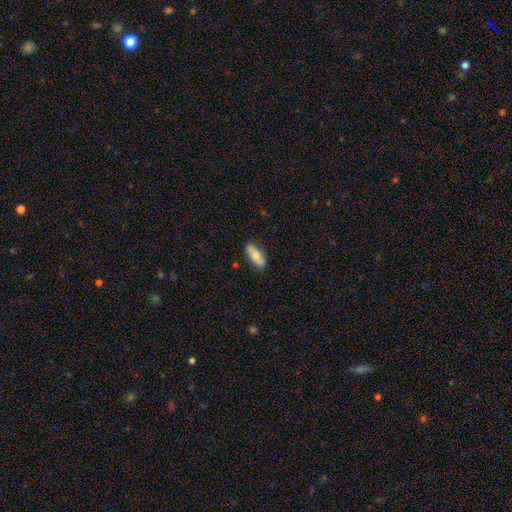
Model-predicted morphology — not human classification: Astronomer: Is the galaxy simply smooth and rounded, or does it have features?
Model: smooth — 68%.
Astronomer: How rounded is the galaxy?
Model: in between — 73%.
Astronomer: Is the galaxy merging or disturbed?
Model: none — 84%.